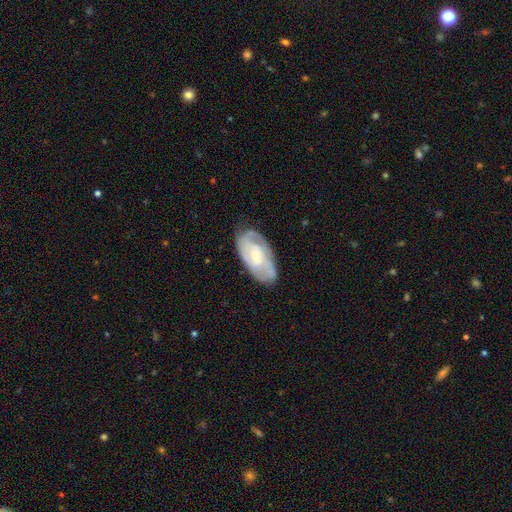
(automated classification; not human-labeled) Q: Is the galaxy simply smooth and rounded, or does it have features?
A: featured or disk — 66%.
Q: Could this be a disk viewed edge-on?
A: no — 94%.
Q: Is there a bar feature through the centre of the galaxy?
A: no — 53%.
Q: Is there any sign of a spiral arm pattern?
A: yes — 82%.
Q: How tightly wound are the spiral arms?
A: tight — 54%.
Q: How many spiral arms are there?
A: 2 — 40%.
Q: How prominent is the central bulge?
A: small — 59%.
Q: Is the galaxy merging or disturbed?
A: none — 70%.